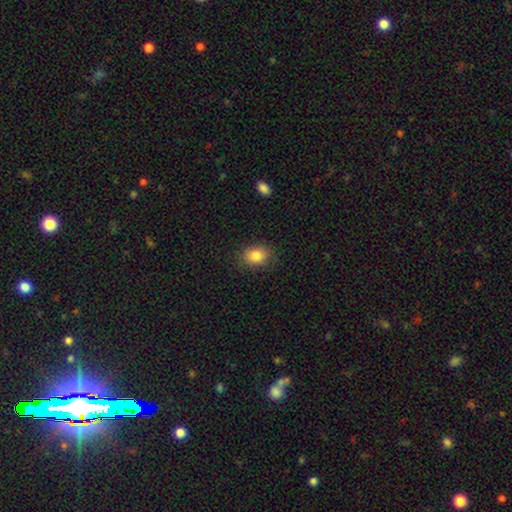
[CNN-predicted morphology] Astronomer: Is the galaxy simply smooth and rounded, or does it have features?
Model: smooth — 85%.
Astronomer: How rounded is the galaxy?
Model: in between — 60% (runner-up: round, 39%).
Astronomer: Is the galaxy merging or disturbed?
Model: none — 85%.